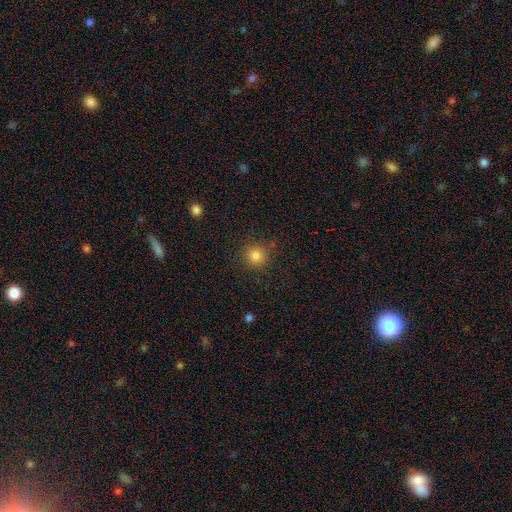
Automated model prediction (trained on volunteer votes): A smooth galaxy with no disk features (83%) that is round (94%). Merging: none (86%).